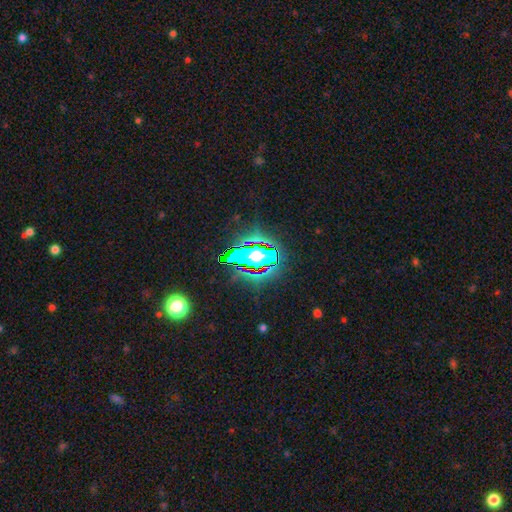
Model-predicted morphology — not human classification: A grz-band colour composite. It shows a star or artifact, not a galaxy (57%).